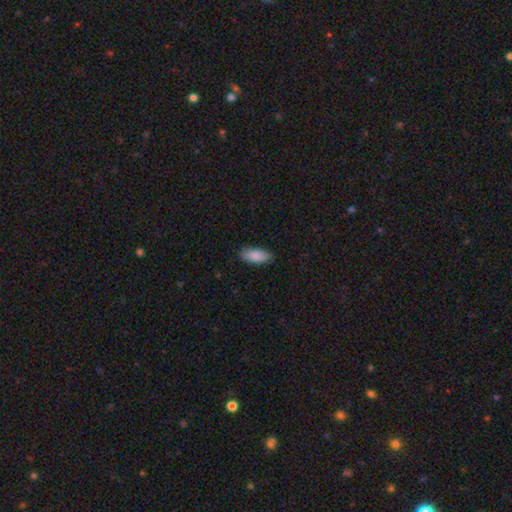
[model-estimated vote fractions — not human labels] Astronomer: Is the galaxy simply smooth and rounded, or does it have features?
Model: smooth — 89%.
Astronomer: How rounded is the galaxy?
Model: in between — 83%.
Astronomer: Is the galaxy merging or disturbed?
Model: none — 87%.